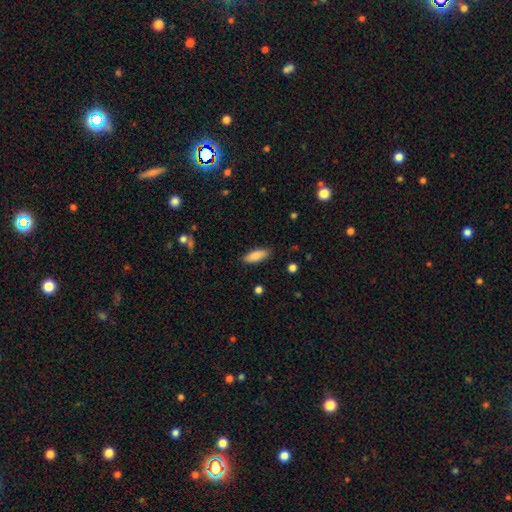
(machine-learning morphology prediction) This appears to be a smooth galaxy with no disk features (86%) that is in between round and cigar-shaped (73%). Merging: none (87%).